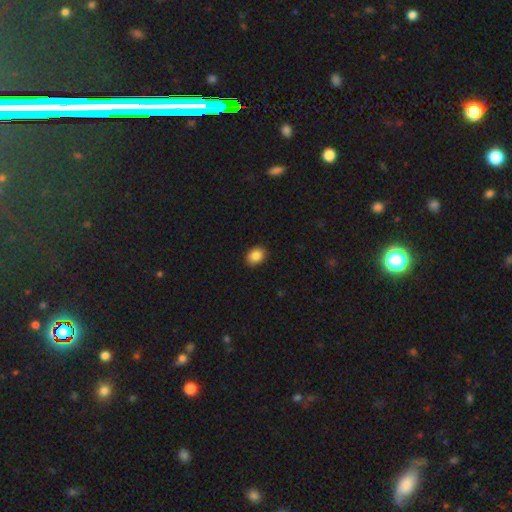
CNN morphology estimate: This is clearly a smooth galaxy (87%). How rounded: likely in between (62%). Merging: clearly none (90%).